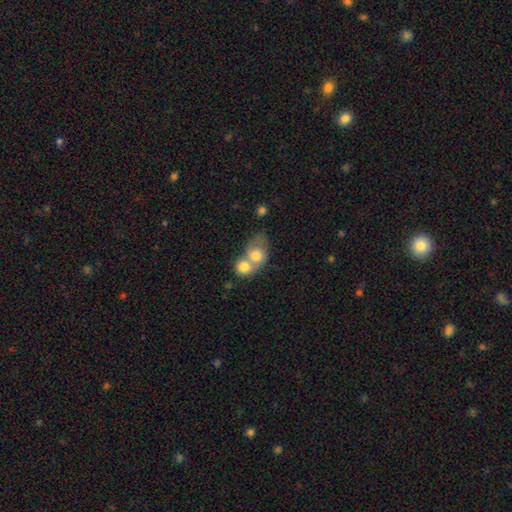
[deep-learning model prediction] Smooth or featured?
  - smooth: 73% *
  - featured or disk: 20%
  - star or artifact: 8%
How rounded?
  - round: 55% *
  - in between: 44%
  - cigar-shaped: 2%
Merging?
  - merger: 74% *
  - none: 16%
  - minor disturbance: 6%
  - major disturbance: 4%